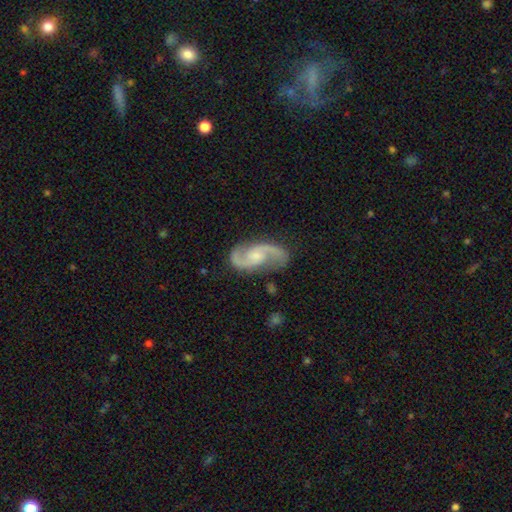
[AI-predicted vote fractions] Morphology: type=featured or disk (90%); edge-on=no (97%); bar=no (55%); spiral arms=yes (98%); winding=medium (50%); arm count=2 (94%); bulge=small (42%); merging=none (82%).